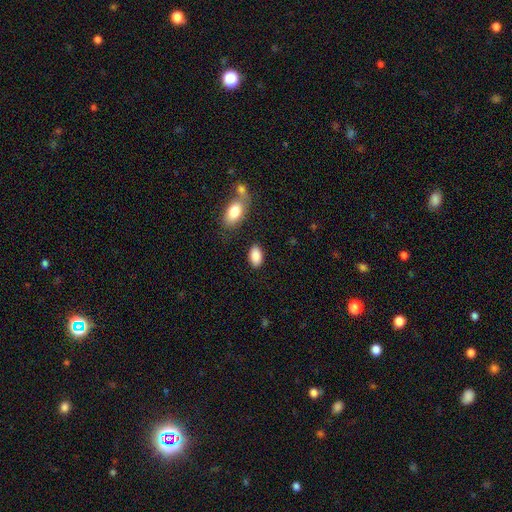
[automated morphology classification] This is clearly a smooth galaxy (89%). How rounded: clearly in between (93%). Merging: clearly none (83%).